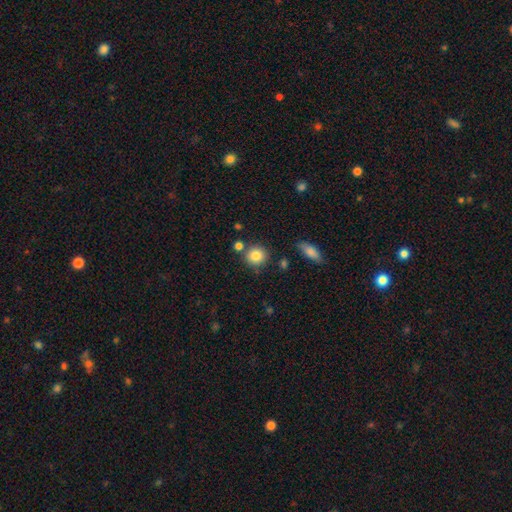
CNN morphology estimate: smooth 83%, star or artifact 9%, featured or disk 7%. Down the decision tree: how rounded — round (89%); merging — none (78%).